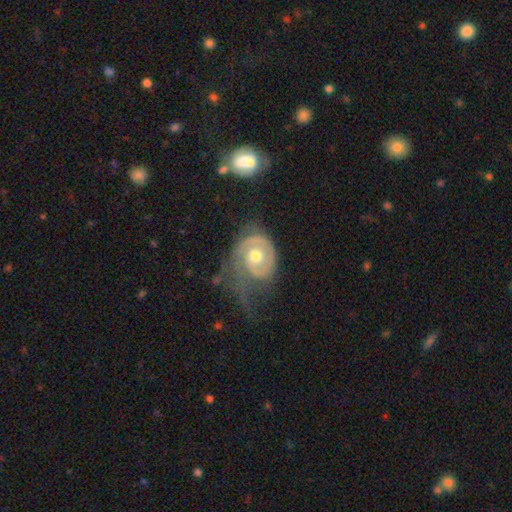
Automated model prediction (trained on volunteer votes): smooth_or_featured: featured or disk (p=0.78) [alt: smooth p=0.17]
disk_edge_on: no (p=0.97) [alt: yes p=0.03]
bar: no (p=0.77) [alt: weak p=0.19]
has_spiral_arms: yes (p=0.87) [alt: no p=0.13]
spiral_winding: tight (p=0.57) [alt: medium p=0.28]
spiral_arm_count: 1 (p=0.45) [alt: 2 p=0.32]
bulge_size: moderate (p=0.75) [alt: small p=0.16]
merging: major disturbance (p=0.38) [alt: none p=0.34]